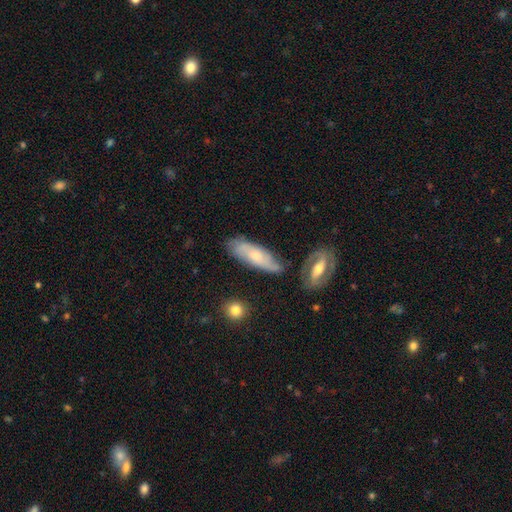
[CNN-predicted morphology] A featured or disk galaxy (52%).

Vote fractions:
- Smooth or featured? featured or disk: 52% / smooth: 41% / star or artifact: 7%
- Edge-on disk? no: 76% / yes: 24%
- Merging? none: 65% / minor disturbance: 20% / merger: 9% / major disturbance: 6%